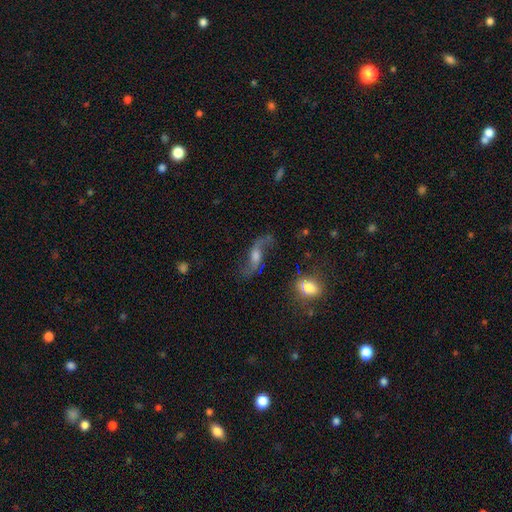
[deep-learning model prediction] Overall: featured or disk (75%). Edge-on disk: no (86%). Bar: no (45%; weak 40%). Spiral arms: yes (92%). Spiral arm count: 2 (91%). Spiral winding: loose (78%). Bulge size: moderate (49%; small 27%). Merging: none (72%).